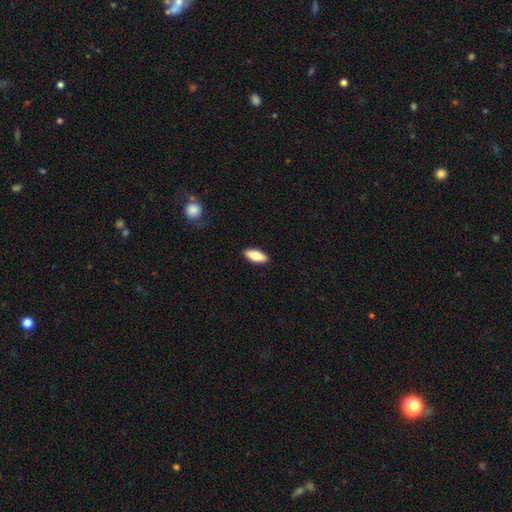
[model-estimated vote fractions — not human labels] Smooth or featured?
  - smooth: 77% *
  - featured or disk: 17%
  - star or artifact: 6%
How rounded?
  - in between: 79% *
  - cigar-shaped: 18%
  - round: 2%
Merging?
  - none: 89% *
  - minor disturbance: 8%
  - major disturbance: 2%
  - merger: 1%